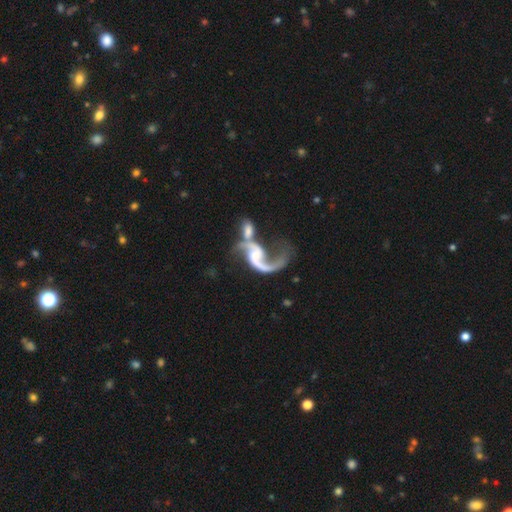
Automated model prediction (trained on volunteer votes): Smooth or featured?
  - featured or disk: 89% *
  - smooth: 5%
  - star or artifact: 5%
Edge-on disk?
  - no: 97% *
  - yes: 3%
Bar?
  - no: 45% *
  - weak: 41%
  - strong: 14%
Spiral arms?
  - yes: 96% *
  - no: 4%
Spiral winding?
  - loose: 81% *
  - medium: 16%
  - tight: 3%
Spiral arm count?
  - 2: 84% *
  - 1: 11%
  - can't tell: 2%
  - 3: 1%
  - 4: 1%
  - more than 4: 1%
Bulge size?
  - small: 40% *
  - moderate: 35%
  - none: 17%
  - large: 7%
  - dominant: 2%
Merging?
  - merger: 51% *
  - none: 24%
  - major disturbance: 14%
  - minor disturbance: 11%